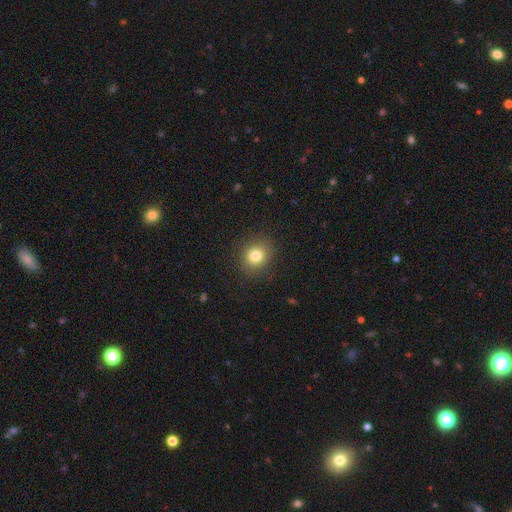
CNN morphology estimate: Smooth or featured: smooth — 81% (star or artifact — 12%)
How rounded: round — 79% (in between — 20%)
Merging: none — 88% (minor disturbance — 8%)